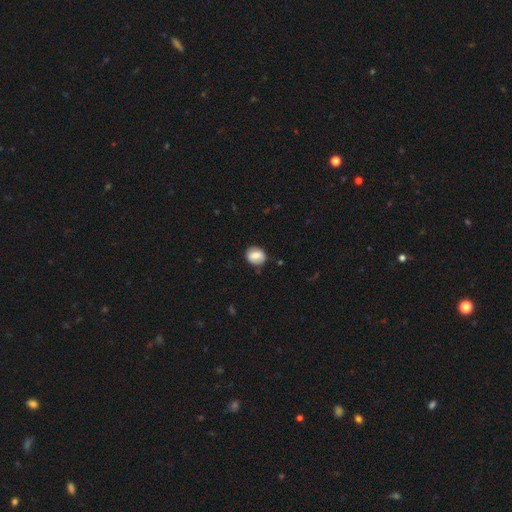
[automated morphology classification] This is likely a smooth galaxy (75%). How rounded: likely round (64%). Merging: clearly none (83%).